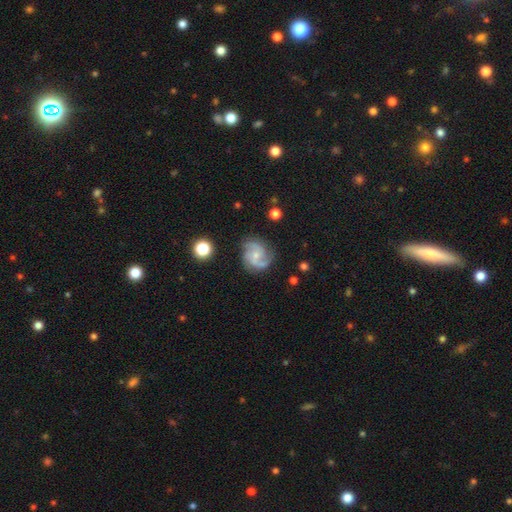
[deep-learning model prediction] Smooth or featured? featured or disk (84%)
Edge-on disk? no (98%)
Bar? no (64%)
Spiral arms? yes (97%)
Spiral winding? medium (54%)
Spiral arm count? 2 (48%)
Bulge size? small (66%)
Merging? none (74%)